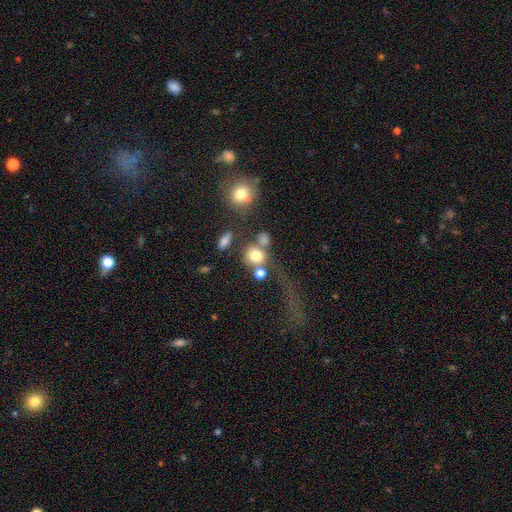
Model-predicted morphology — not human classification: smooth_or_featured: smooth (p=0.74) [alt: star or artifact p=0.13]
how_rounded: round (p=0.80) [alt: in between p=0.18]
merging: merger (p=0.38) [alt: none p=0.37]